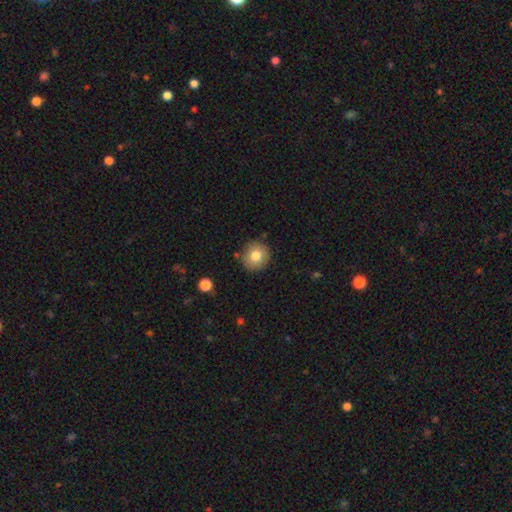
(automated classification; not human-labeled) Q: Smooth or featured?
A: smooth (78%); runner-up: featured or disk (12%)
Q: How rounded?
A: round (89%); runner-up: in between (10%)
Q: Merging?
A: none (86%); runner-up: minor disturbance (10%)